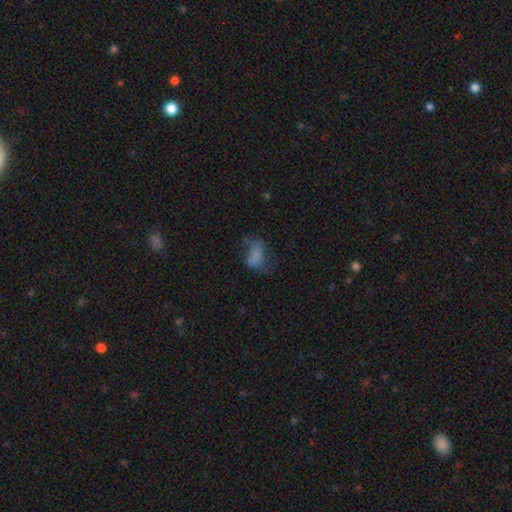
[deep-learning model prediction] This is likely a smooth galaxy (65%). How rounded: clearly in between (87%). Merging: marginally major disturbance (36%, tied with none).